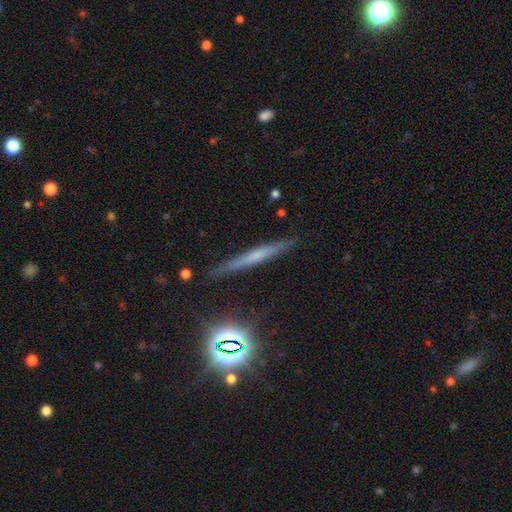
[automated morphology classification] This appears to be a featured or disk galaxy (44%). Merging: none (87%).